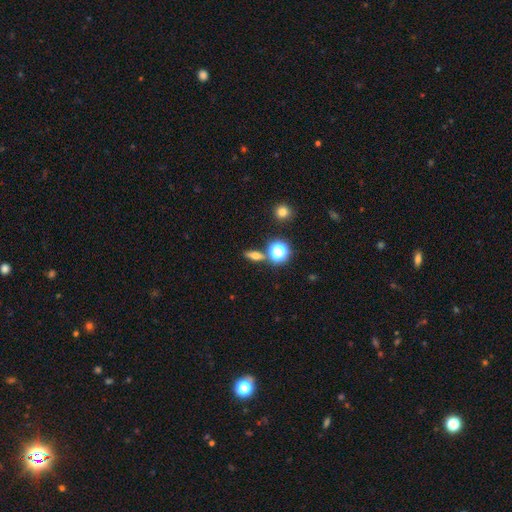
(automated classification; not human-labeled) Smooth or featured? smooth (50%)
How rounded? in between (46%)
Merging? none (81%)